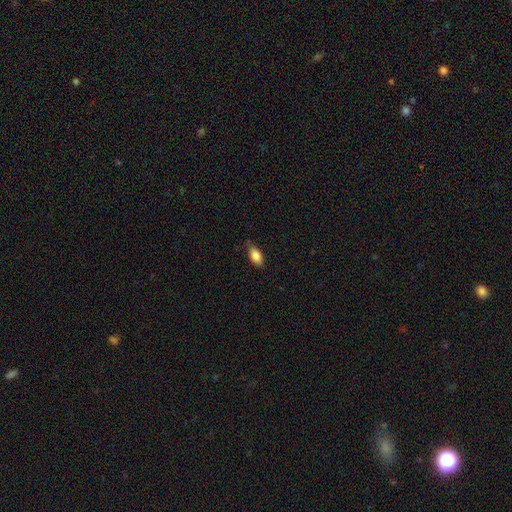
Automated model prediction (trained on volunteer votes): Smooth or featured?
  - smooth: 83% *
  - featured or disk: 10%
  - star or artifact: 7%
How rounded?
  - in between: 88% *
  - cigar-shaped: 8%
  - round: 4%
Merging?
  - none: 75% *
  - minor disturbance: 20%
  - major disturbance: 4%
  - merger: 1%